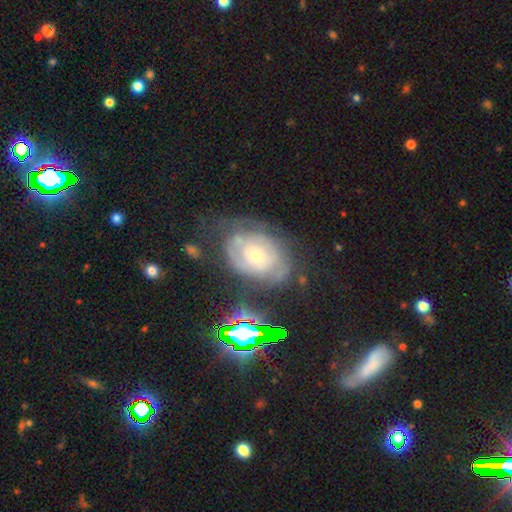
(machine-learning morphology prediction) Smooth or featured? Predicted: featured or disk (p=0.64). Edge-on disk? Predicted: no (p=0.95). Bar? Predicted: no (p=0.77). Spiral arms? Predicted: yes (p=0.70). Bulge size? Predicted: small (p=0.52). Merging? Predicted: none (p=0.53).